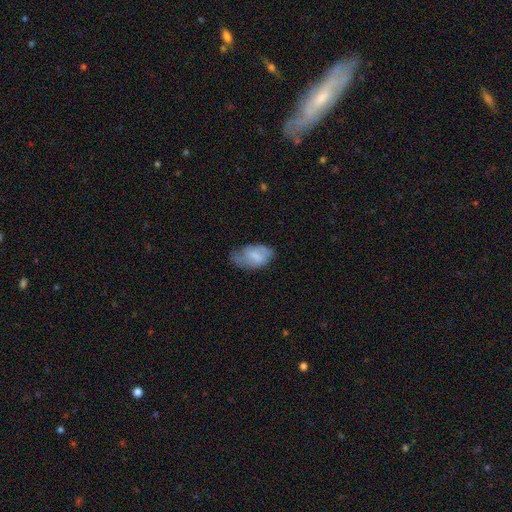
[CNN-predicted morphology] This is likely a smooth galaxy (60%). How rounded: clearly in between (92%). Merging: possibly none (50%).